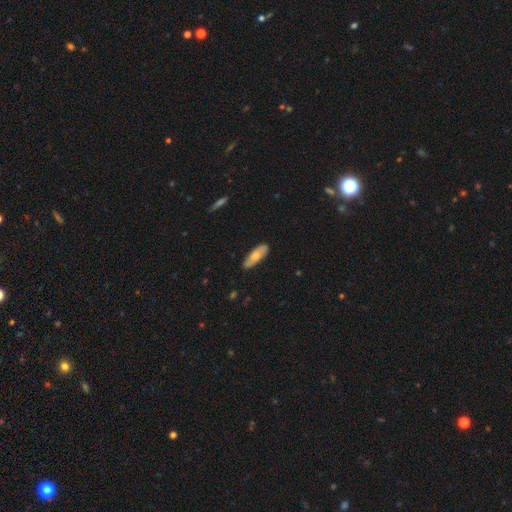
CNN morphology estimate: Smooth or featured?
  - smooth: 66% *
  - featured or disk: 29%
  - star or artifact: 6%
How rounded?
  - in between: 61% *
  - cigar-shaped: 37%
  - round: 2%
Merging?
  - none: 85% *
  - minor disturbance: 12%
  - major disturbance: 2%
  - merger: 1%